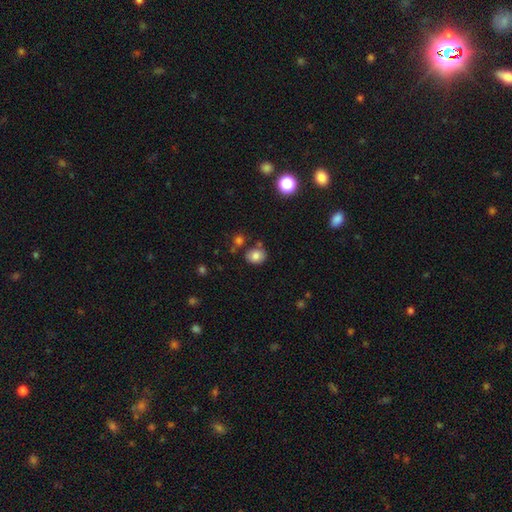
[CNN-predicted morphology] A smooth galaxy with no disk features (81%) that is round (53%). Merging: none (75%).